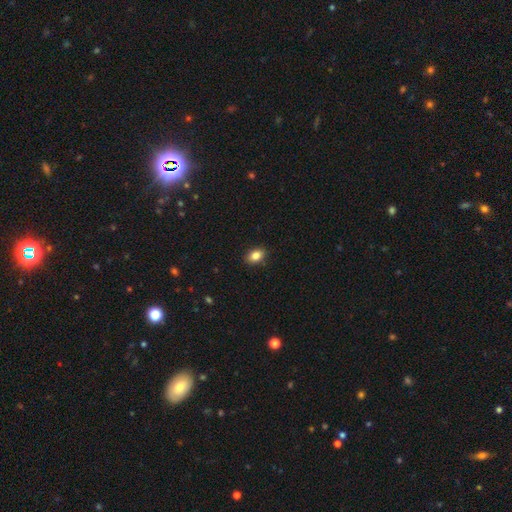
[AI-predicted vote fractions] Morphology: type=smooth (85%); roundness=in between (78%); merging=none (89%).